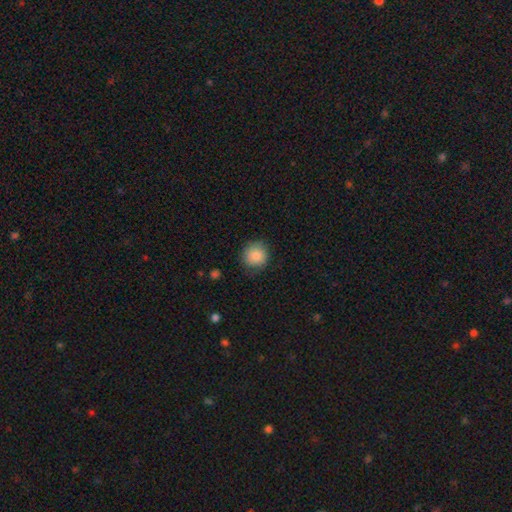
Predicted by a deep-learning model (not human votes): Overall: smooth (86%). How rounded: round (89%). Merging: none (81%).